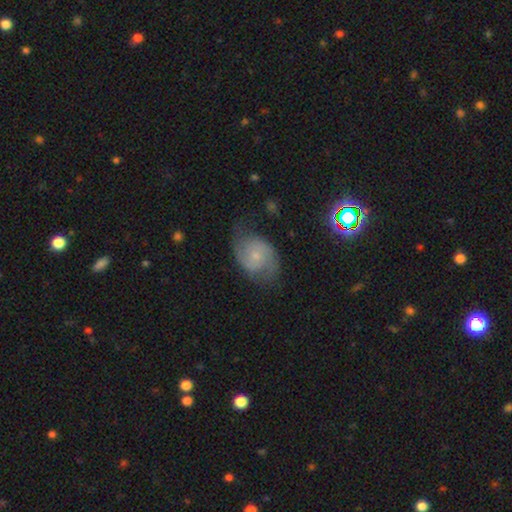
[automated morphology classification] A featured or disk galaxy (75%) with no bar (67%), 2 (87%) medium (48%) spiral arms (94%) and a small central bulge (68%). Merging: none (67%).